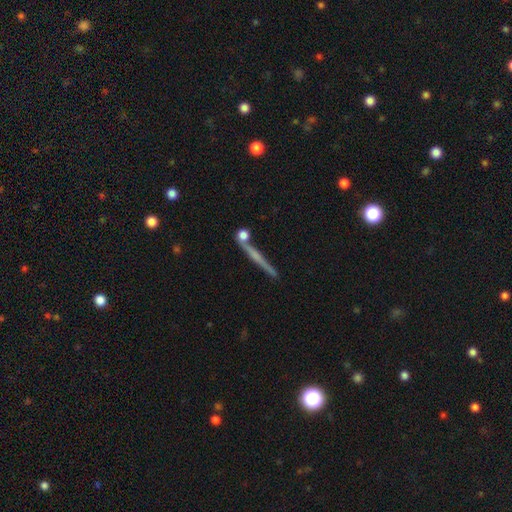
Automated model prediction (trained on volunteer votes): The model was most divided on "edge-on bulge": none: 55%, rounded: 36%, boxy: 9%. More confident: edge-on disk — yes (96%); merging — none (79%); smooth or featured — featured or disk (57%).